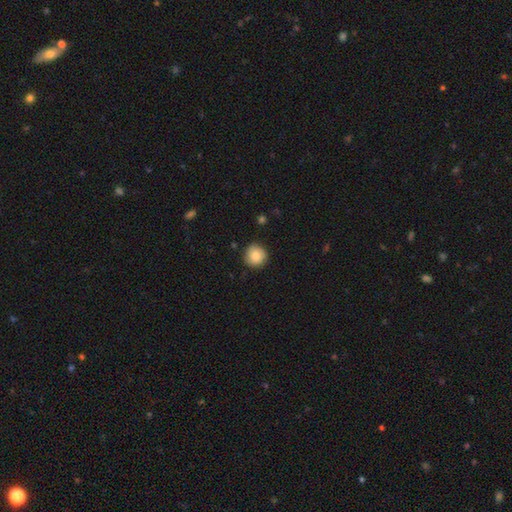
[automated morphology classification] Smooth or featured? Predicted: smooth (p=0.84). How rounded? Predicted: round (p=0.94). Merging? Predicted: none (p=0.89).